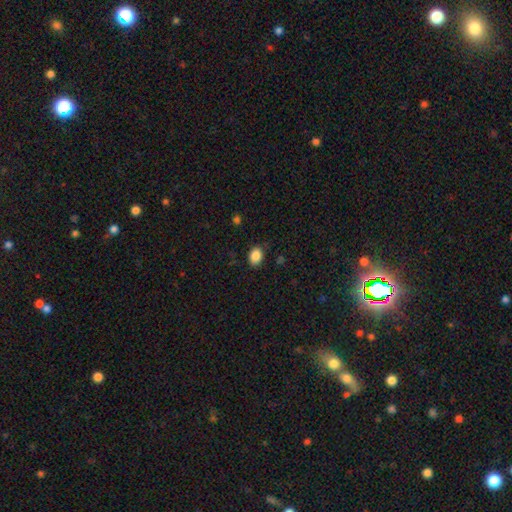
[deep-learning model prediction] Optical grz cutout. It shows a smooth galaxy with no disk features (87%) that is in between round and cigar-shaped (74%). Merging: none (86%).